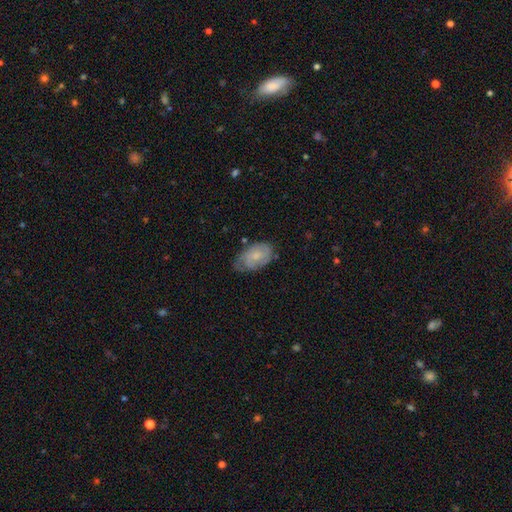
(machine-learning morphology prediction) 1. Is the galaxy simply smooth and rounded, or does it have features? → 49% featured or disk, 44% smooth, 7% star or artifact.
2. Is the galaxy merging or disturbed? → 53% none, 34% minor disturbance, 11% major disturbance, 2% merger.